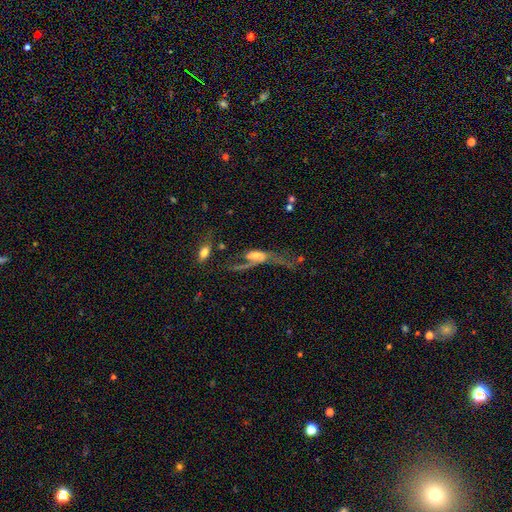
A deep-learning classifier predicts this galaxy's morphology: smooth-or-featured: featured or disk: 66% | smooth: 24% | star or artifact: 10%
  disk-edge-on: no: 84% | yes: 16%
    bar: no: 59% | weak: 30% | strong: 11%
    has-spiral-arms: yes: 67% | no: 33%
    bulge-size: moderate: 39% | small: 36% | large: 11% | none: 10% | dominant: 3%
  merging: major disturbance: 53% | none: 18% | merger: 16% | minor disturbance: 12%